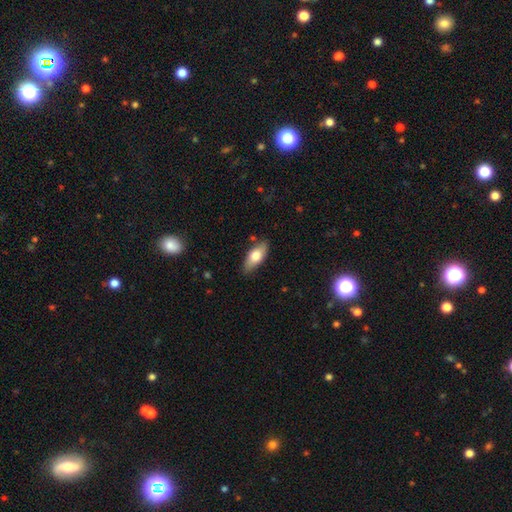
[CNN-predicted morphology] type=smooth (72%); roundness=in between (83%); merging=none (83%).